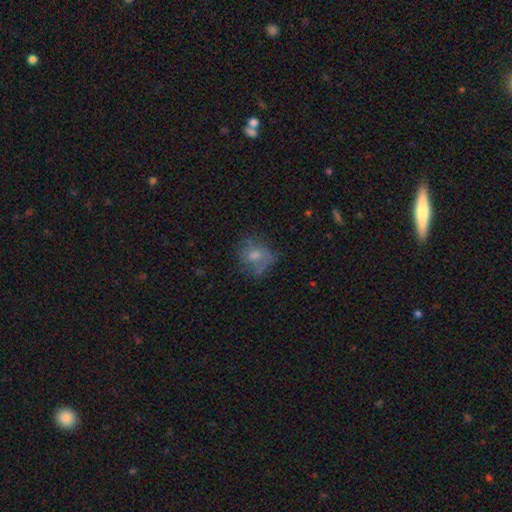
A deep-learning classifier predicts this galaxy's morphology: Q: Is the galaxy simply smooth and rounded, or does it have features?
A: smooth — 56%.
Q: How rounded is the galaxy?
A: round — 56%.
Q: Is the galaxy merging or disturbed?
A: none — 46%.